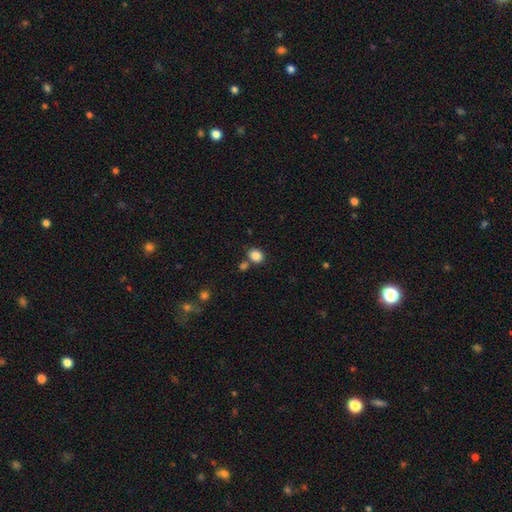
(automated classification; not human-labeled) Smooth or featured? smooth (86%)
How rounded? round (63%)
Merging? none (70%)